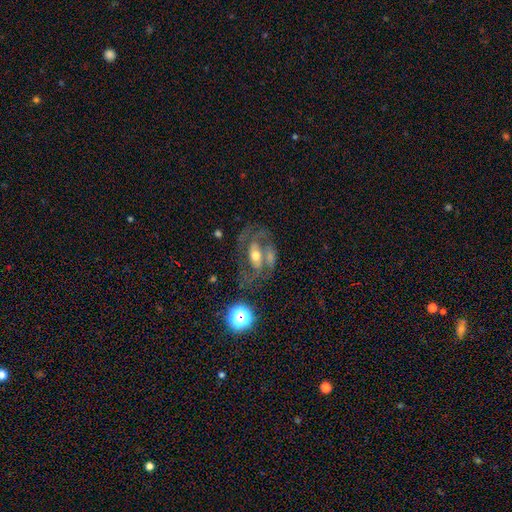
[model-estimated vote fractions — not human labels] A featured or disk galaxy (65%) with no bar (47%), spiral arms (71%) and a moderate central bulge (65%). Merging: none (47%).